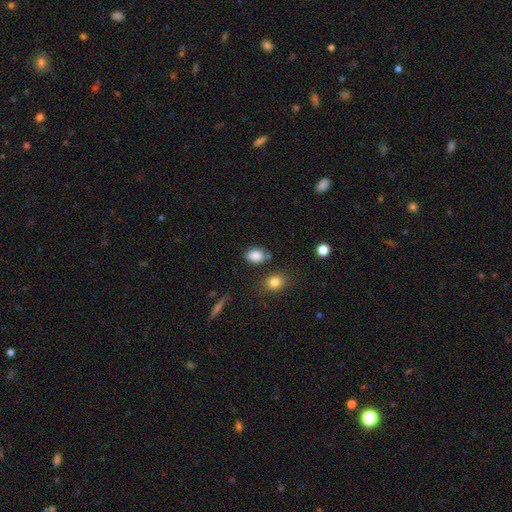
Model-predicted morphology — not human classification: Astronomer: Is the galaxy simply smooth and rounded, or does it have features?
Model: smooth — 85%.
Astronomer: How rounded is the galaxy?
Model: in between — 72%.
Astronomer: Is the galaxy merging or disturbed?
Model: none — 71%.